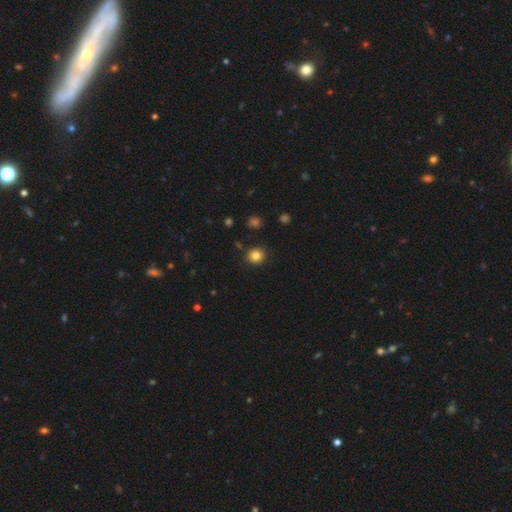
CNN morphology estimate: This appears to be a smooth galaxy with no disk features (83%) that is round (90%). Merging: none (90%).